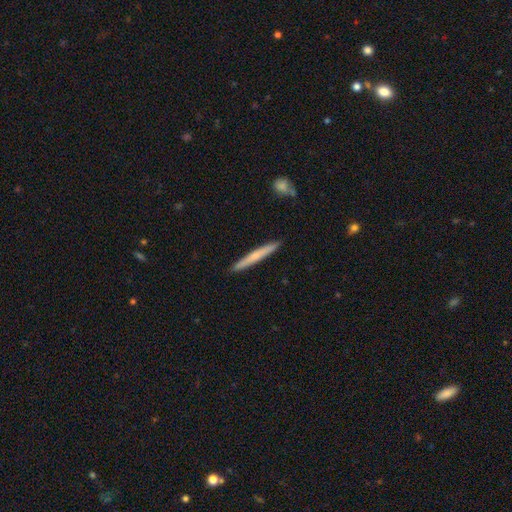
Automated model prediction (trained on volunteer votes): This is possibly a smooth galaxy (51%). How rounded: clearly cigar-shaped (96%). Merging: clearly none (91%).